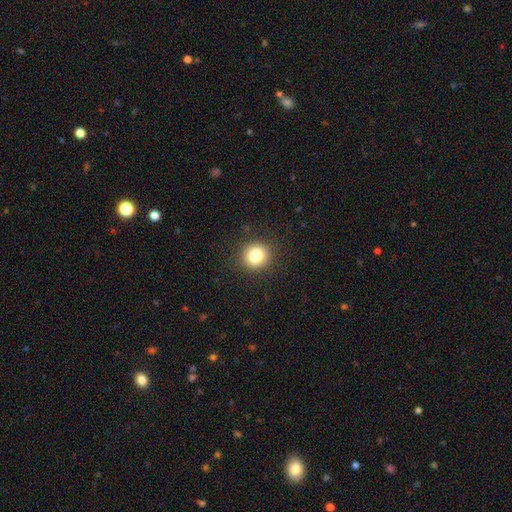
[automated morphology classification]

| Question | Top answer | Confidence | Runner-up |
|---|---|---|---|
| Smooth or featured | smooth | 82% | star or artifact (11%) |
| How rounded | round | 92% | in between (7%) |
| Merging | none | 90% | minor disturbance (7%) |